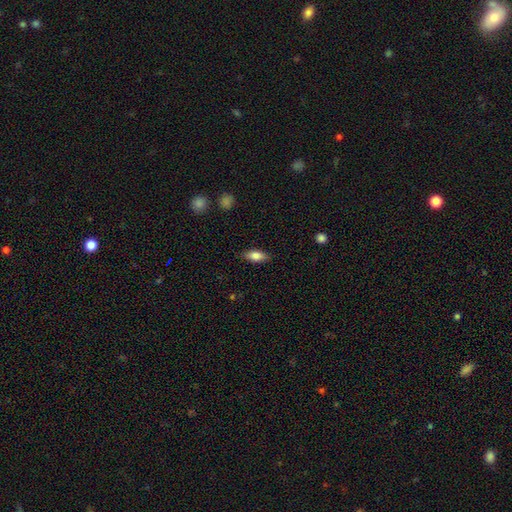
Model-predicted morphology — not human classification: Smooth or featured? Predicted: smooth (p=0.78). How rounded? Predicted: in between (p=0.80). Merging? Predicted: none (p=0.86).